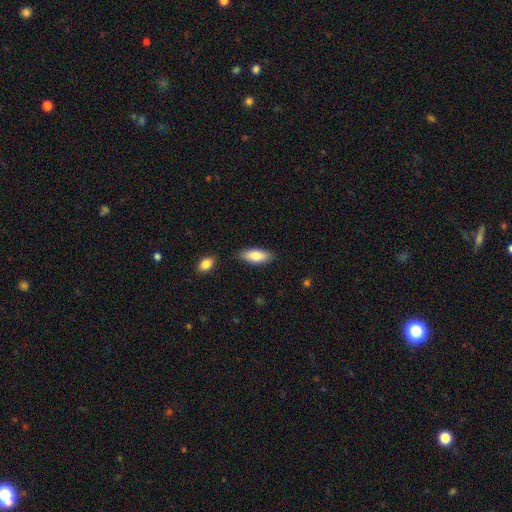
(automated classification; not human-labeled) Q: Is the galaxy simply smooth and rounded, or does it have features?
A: smooth — 81%.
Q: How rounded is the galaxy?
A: in between — 76%.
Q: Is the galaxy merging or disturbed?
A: none — 84%.